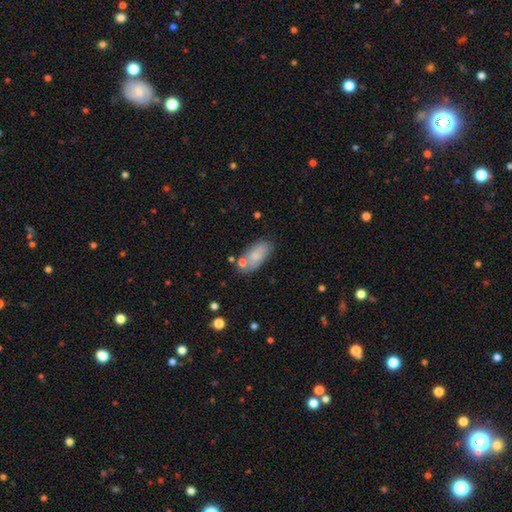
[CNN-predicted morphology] Smooth or featured? smooth (77%)
How rounded? in between (89%)
Merging? none (63%)